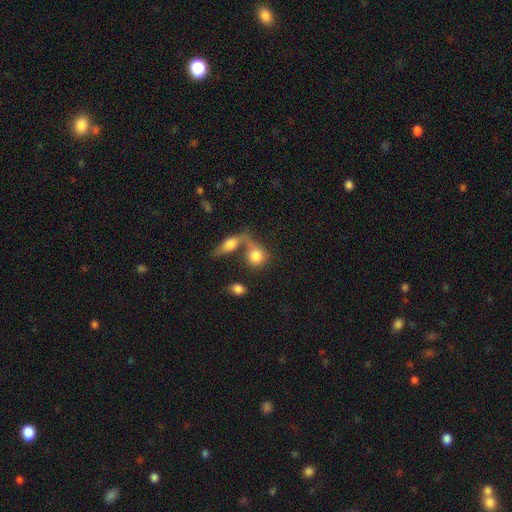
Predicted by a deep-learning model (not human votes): smooth_or_featured: smooth (p=0.76) [alt: featured or disk p=0.16]
how_rounded: round (p=0.62) [alt: in between p=0.33]
merging: merger (p=0.56) [alt: none p=0.25]